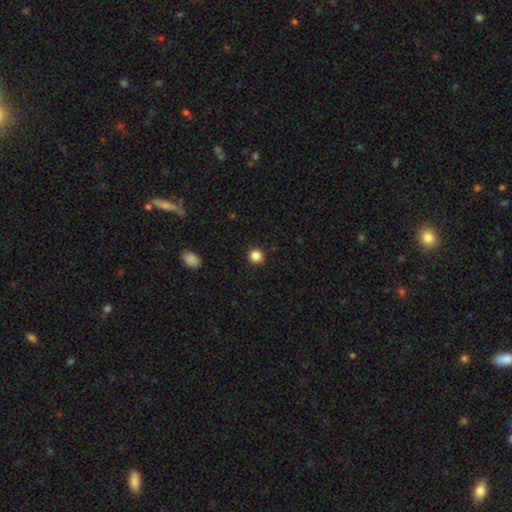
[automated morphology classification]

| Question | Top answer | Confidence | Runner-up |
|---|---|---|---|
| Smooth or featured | smooth | 86% | star or artifact (11%) |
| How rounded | round | 92% | in between (7%) |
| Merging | none | 91% | minor disturbance (6%) |